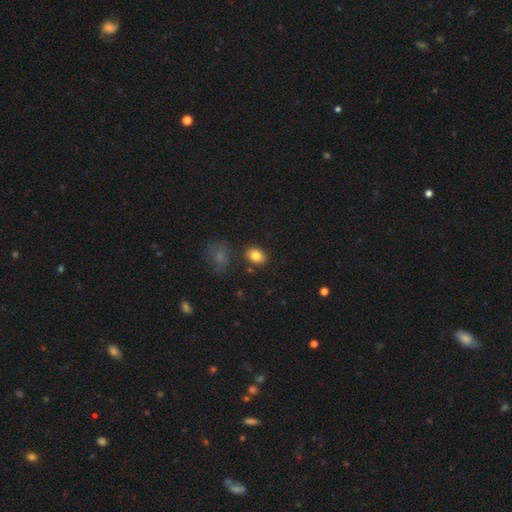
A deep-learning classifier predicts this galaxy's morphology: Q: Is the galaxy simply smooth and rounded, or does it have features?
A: smooth — 82%.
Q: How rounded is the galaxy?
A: in between — 76%.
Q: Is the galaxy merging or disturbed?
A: none — 83%.